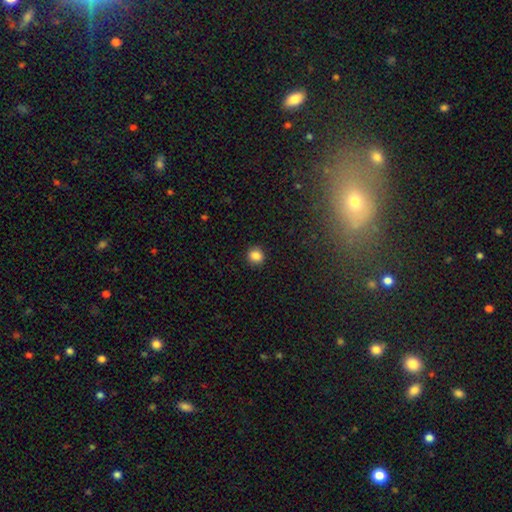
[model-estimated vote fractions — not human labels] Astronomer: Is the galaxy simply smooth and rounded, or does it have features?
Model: smooth — 85%.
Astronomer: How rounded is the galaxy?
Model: round — 85%.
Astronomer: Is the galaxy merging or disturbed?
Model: none — 90%.